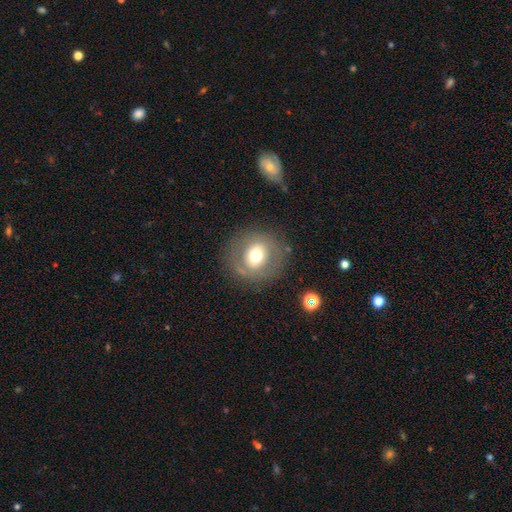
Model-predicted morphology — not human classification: Q: Smooth or featured?
A: smooth (55%); runner-up: featured or disk (35%)
Q: How rounded?
A: round (88%); runner-up: in between (11%)
Q: Merging?
A: none (82%); runner-up: minor disturbance (10%)